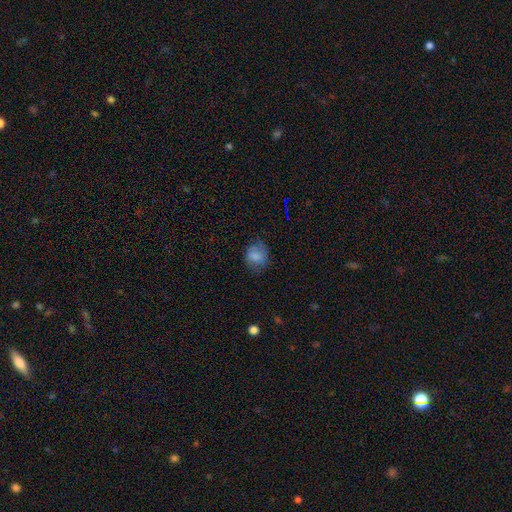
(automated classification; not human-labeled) This appears to be a smooth galaxy with no disk features (78%) that is round (60%). Merging: none (71%).